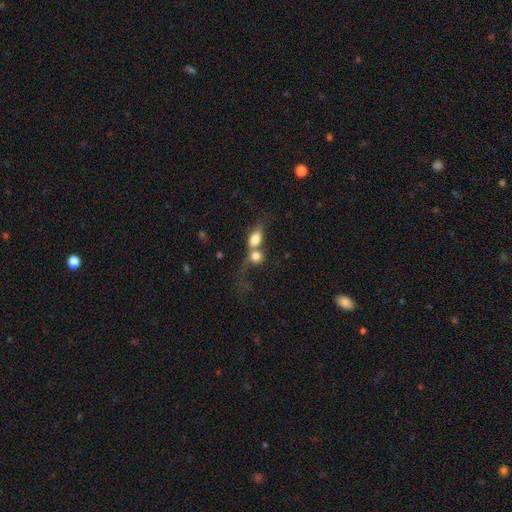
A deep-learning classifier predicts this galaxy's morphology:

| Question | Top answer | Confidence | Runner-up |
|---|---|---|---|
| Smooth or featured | smooth | 73% | featured or disk (18%) |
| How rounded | in between | 56% | round (39%) |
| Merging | merger | 72% | none (13%) |